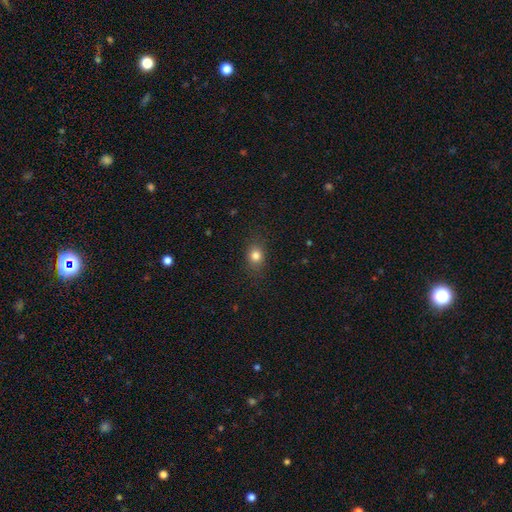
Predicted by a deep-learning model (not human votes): A smooth galaxy with no disk features (81%) that is round (59%). Merging: none (85%).